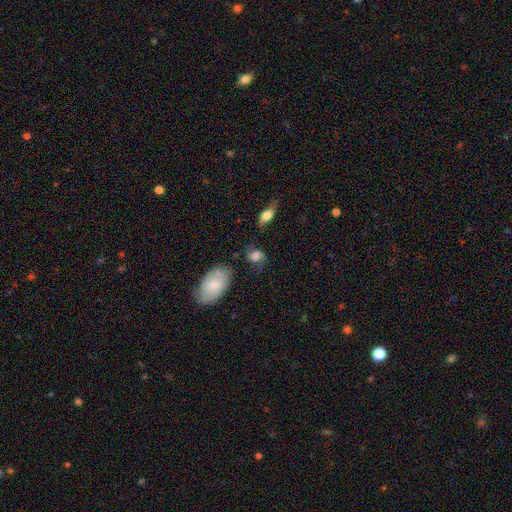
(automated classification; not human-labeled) A smooth galaxy with no disk features (50%) that is in between round and cigar-shaped (59%).

Vote fractions:
- Smooth or featured? smooth: 50% / featured or disk: 39% / star or artifact: 11%
- How rounded? in between: 59% / round: 38% / cigar-shaped: 3%
- Merging? none: 61% / minor disturbance: 22% / major disturbance: 12% / merger: 5%